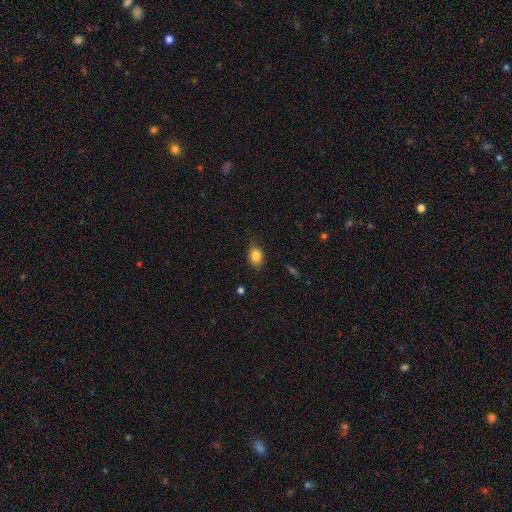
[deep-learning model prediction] smooth_or_featured: smooth (p=0.85) [alt: star or artifact p=0.09]
how_rounded: in between (p=0.71) [alt: round p=0.28]
merging: none (p=0.83) [alt: minor disturbance p=0.13]